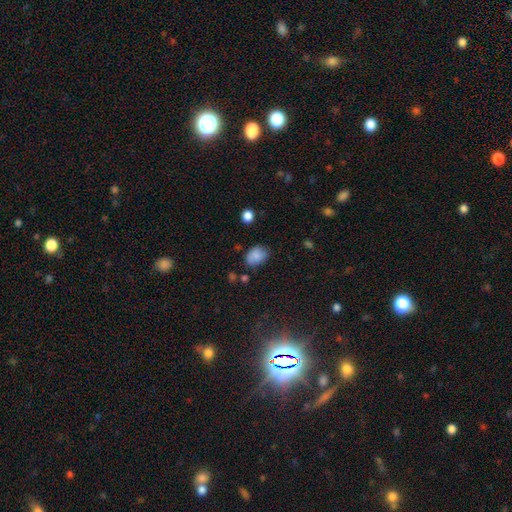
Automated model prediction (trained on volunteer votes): smooth_or_featured: smooth (p=0.82) [alt: star or artifact p=0.09]
how_rounded: in between (p=0.74) [alt: round p=0.25]
merging: none (p=0.64) [alt: minor disturbance p=0.26]